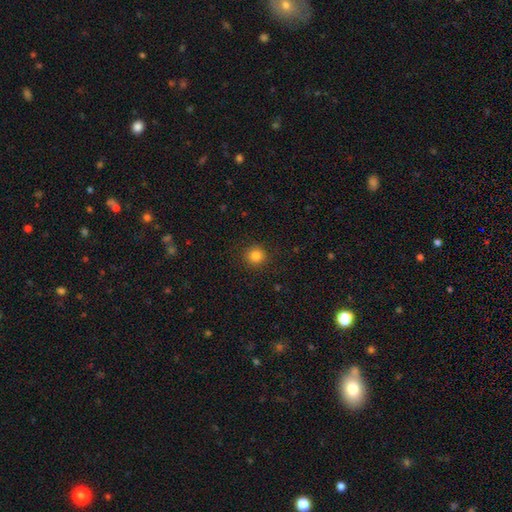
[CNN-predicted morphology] smooth 83%, star or artifact 12%, featured or disk 5%. Down the decision tree: how rounded — round (93%); merging — none (91%).